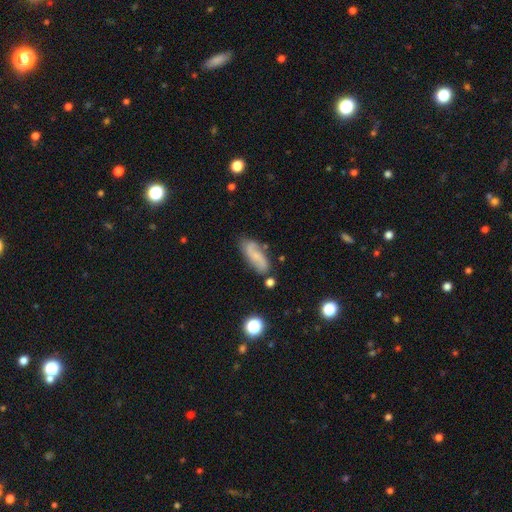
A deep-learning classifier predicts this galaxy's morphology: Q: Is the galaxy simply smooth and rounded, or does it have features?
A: featured or disk — 53%.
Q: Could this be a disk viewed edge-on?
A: no — 90%.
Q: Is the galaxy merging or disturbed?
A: none — 71%.